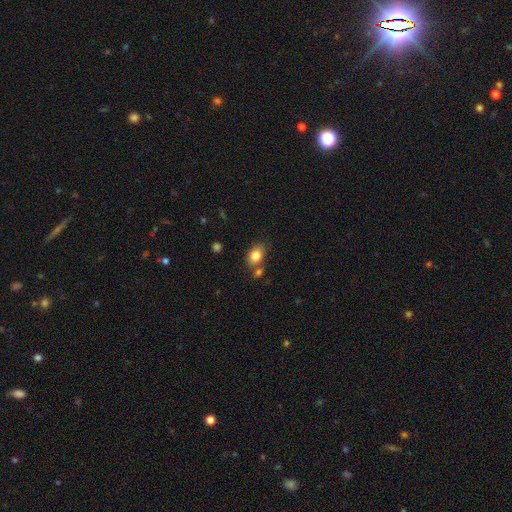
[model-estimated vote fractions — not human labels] This is clearly a smooth galaxy (83%). How rounded: likely in between (76%). Merging: likely none (63%).